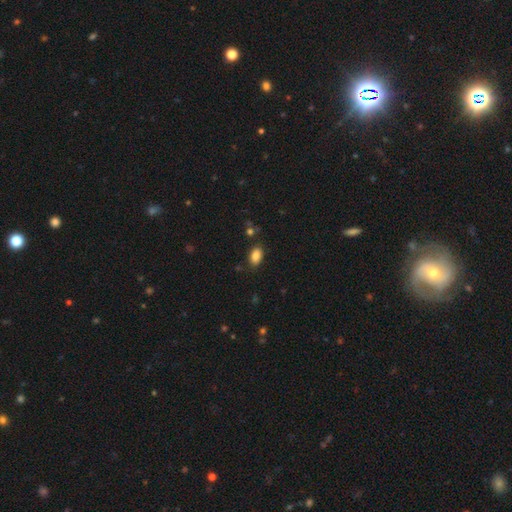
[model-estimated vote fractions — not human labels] The model was most divided on "merging": none: 83%, minor disturbance: 11%, major disturbance: 3%, merger: 3%. More confident: how rounded — in between (90%); smooth or featured — smooth (87%).